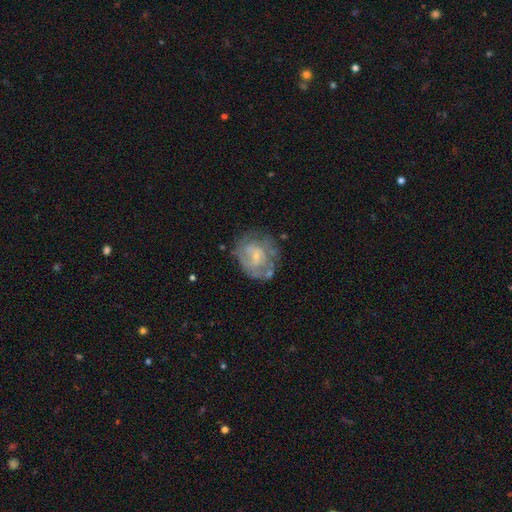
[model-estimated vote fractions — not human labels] Smooth or featured?
  - featured or disk: 75% *
  - smooth: 18%
  - star or artifact: 7%
Edge-on disk?
  - no: 98% *
  - yes: 2%
Bar?
  - no: 57% *
  - weak: 36%
  - strong: 6%
Spiral arms?
  - yes: 79% *
  - no: 21%
Spiral winding?
  - tight: 55% *
  - medium: 34%
  - loose: 11%
Spiral arm count?
  - can't tell: 43% *
  - 2: 29%
  - 3: 14%
  - 4: 5%
  - 1: 5%
  - more than 4: 4%
Bulge size?
  - small: 73% *
  - moderate: 20%
  - none: 5%
  - large: 1%
  - dominant: 1%
Merging?
  - none: 60% *
  - minor disturbance: 22%
  - major disturbance: 14%
  - merger: 4%